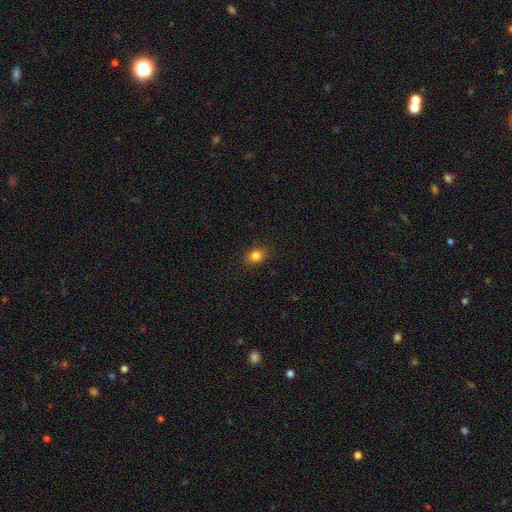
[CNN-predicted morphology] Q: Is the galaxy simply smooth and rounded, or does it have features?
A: smooth — 83%.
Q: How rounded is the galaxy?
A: in between — 58%.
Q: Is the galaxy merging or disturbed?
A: none — 87%.